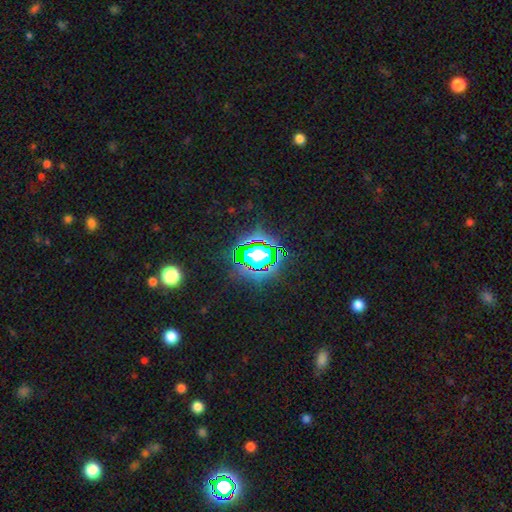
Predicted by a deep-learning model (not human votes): smooth_or_featured: star or artifact (p=0.78) [alt: smooth p=0.14]